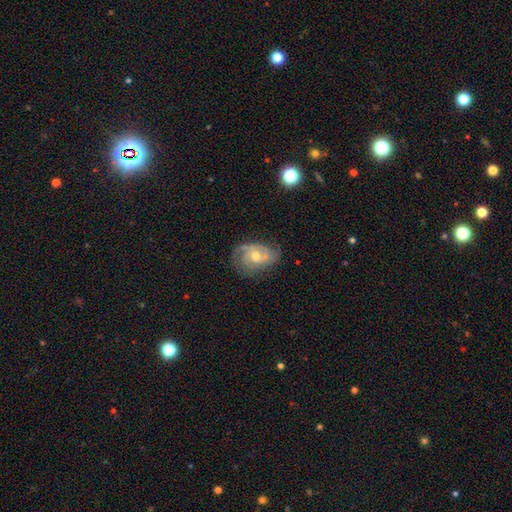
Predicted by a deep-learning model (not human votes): A featured or disk galaxy (75%) with no bar (67%), 2 (39%) tight (44%) spiral arms (91%) and a moderate central bulge (67%).

Vote fractions:
- Smooth or featured? featured or disk: 75% / smooth: 18% / star or artifact: 7%
- Edge-on disk? no: 96% / yes: 4%
- Bar? no: 67% / weak: 28% / strong: 5%
- Spiral arms? yes: 91% / no: 9%
- Spiral winding? tight: 44% / medium: 41% / loose: 16%
- Spiral arm count? 2: 39% / can't tell: 24% / 3: 23% / 1: 7% / 4: 4% / more than 4: 3%
- Bulge size? moderate: 67% / small: 27% / large: 3% / none: 1% / dominant: 1%
- Merging? none: 63% / minor disturbance: 24% / major disturbance: 11% / merger: 2%